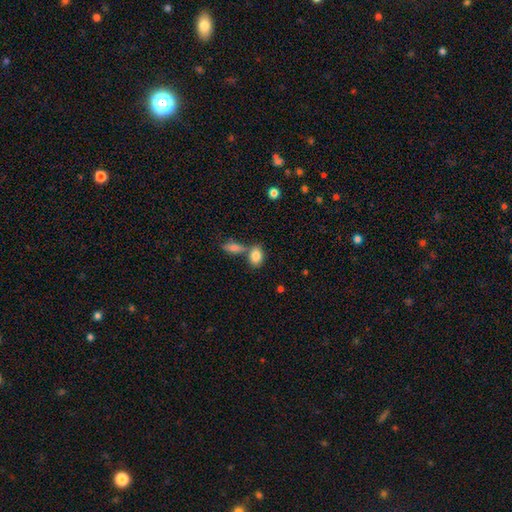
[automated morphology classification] smooth-or-featured: smooth: 84% | featured or disk: 8% | star or artifact: 8%
  how-rounded: in between: 82% | round: 15% | cigar-shaped: 2%
  merging: none: 48% | merger: 38% | minor disturbance: 11% | major disturbance: 4%